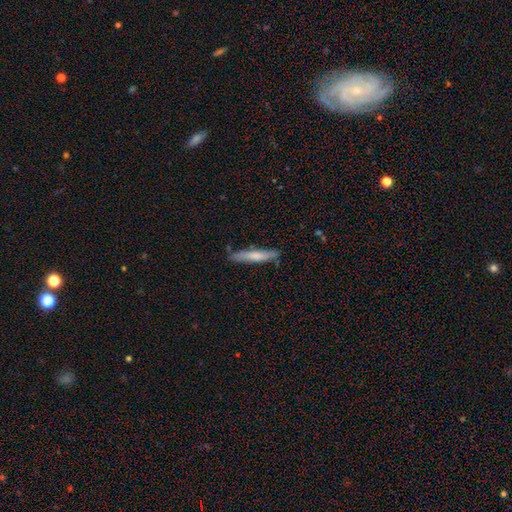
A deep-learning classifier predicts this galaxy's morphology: A smooth galaxy with no disk features (64%) that is cigar-shaped (91%). Merging: none (81%).